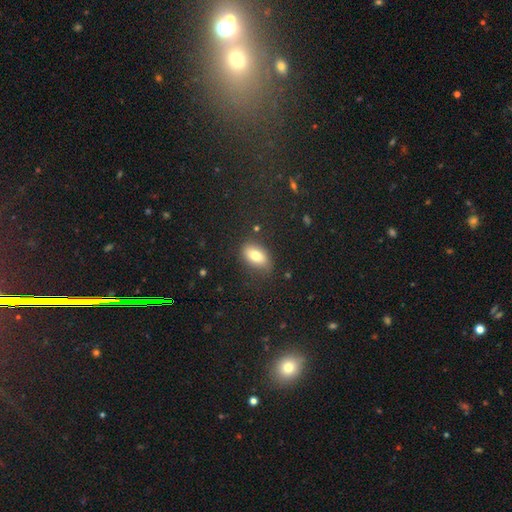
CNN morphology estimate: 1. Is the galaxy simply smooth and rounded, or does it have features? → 76% smooth, 15% featured or disk, 9% star or artifact.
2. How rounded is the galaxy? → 89% in between, 7% round, 4% cigar-shaped.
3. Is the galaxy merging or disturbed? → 76% none, 17% minor disturbance, 5% major disturbance, 2% merger.